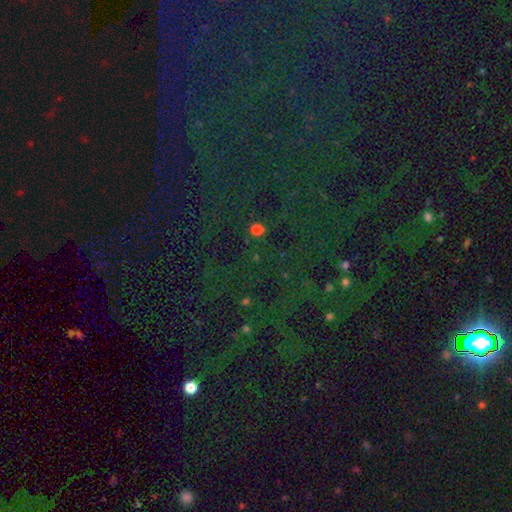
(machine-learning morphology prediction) This appears to be a star or artifact, not a galaxy (82%).